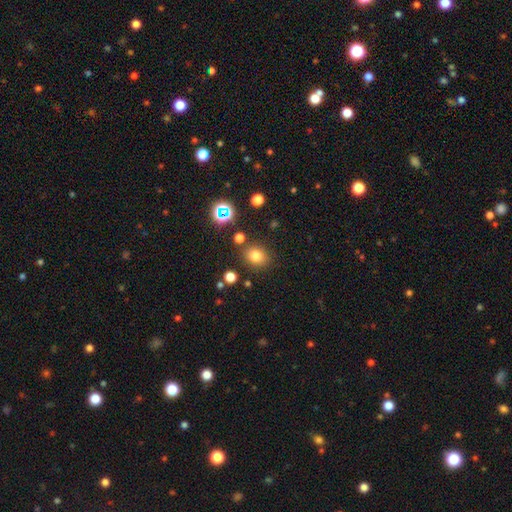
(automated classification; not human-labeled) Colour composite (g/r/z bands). It shows a smooth galaxy with no disk features (75%) that is round (66%). Merging: none (81%).